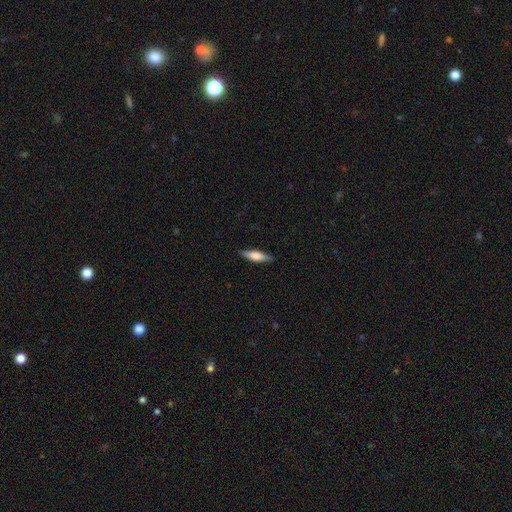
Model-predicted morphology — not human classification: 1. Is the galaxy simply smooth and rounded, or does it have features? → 64% smooth, 31% featured or disk, 6% star or artifact.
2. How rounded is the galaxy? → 69% cigar-shaped, 29% in between, 2% round.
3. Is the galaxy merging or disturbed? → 88% none, 9% minor disturbance, 2% major disturbance, 1% merger.